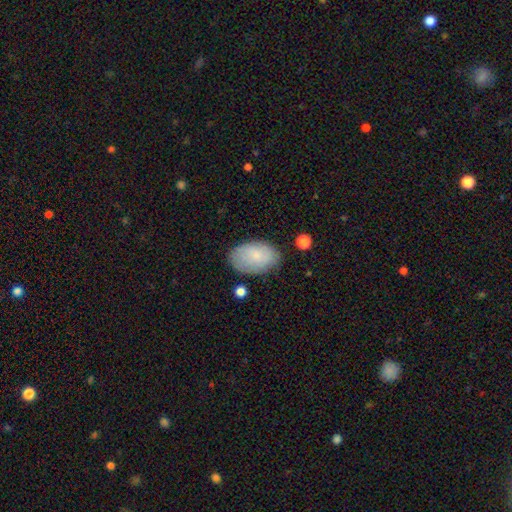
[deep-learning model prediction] smooth_or_featured: smooth (p=0.79) [alt: featured or disk p=0.14]
how_rounded: in between (p=0.91) [alt: round p=0.08]
merging: none (p=0.77) [alt: minor disturbance p=0.17]